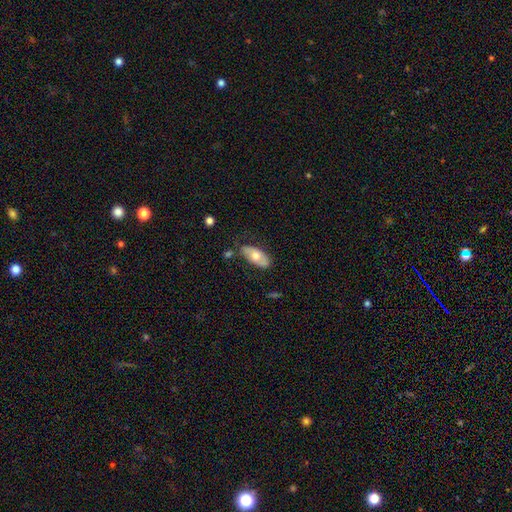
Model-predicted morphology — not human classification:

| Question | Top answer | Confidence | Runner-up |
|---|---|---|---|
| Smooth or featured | smooth | 61% | featured or disk (33%) |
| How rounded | in between | 91% | cigar-shaped (6%) |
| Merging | none | 67% | minor disturbance (23%) |